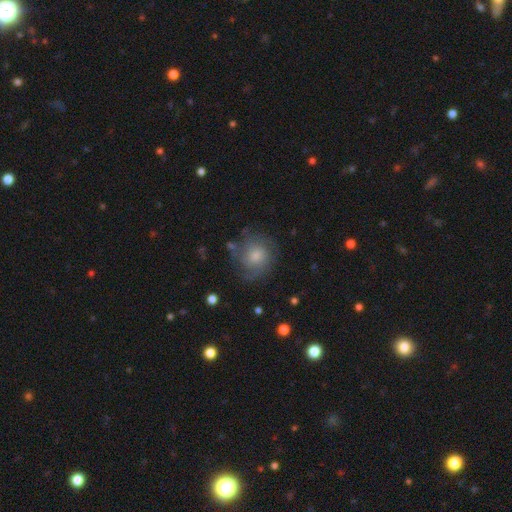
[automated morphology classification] Q: Smooth or featured?
A: featured or disk (47%); runner-up: smooth (44%)
Q: Merging?
A: none (66%); runner-up: minor disturbance (20%)